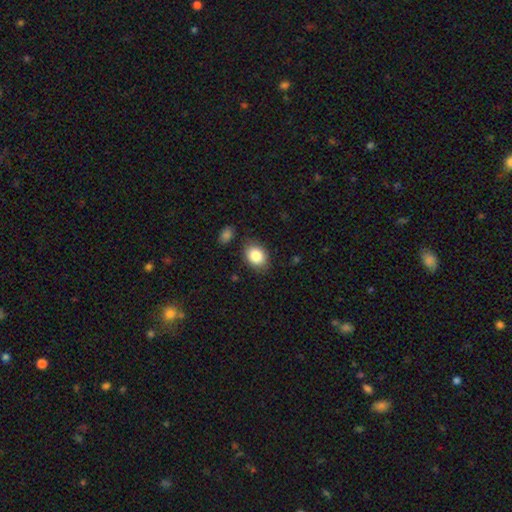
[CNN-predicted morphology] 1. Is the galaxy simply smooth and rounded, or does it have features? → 85% smooth, 8% star or artifact, 7% featured or disk.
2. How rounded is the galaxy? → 69% in between, 30% round, 1% cigar-shaped.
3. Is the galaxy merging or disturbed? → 81% none, 13% minor disturbance, 3% major disturbance, 3% merger.